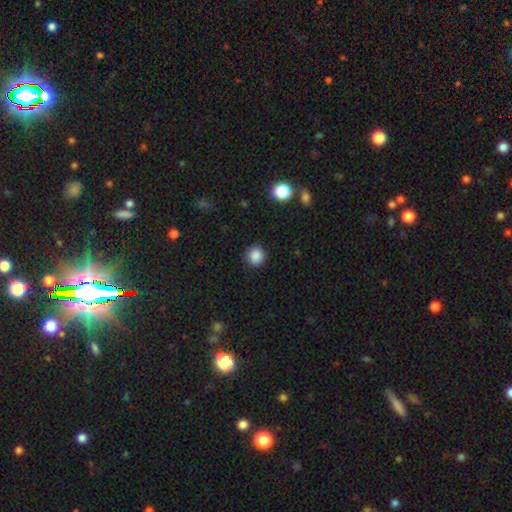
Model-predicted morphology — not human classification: Smooth or featured: smooth — 86% (star or artifact — 11%)
How rounded: round — 87% (in between — 12%)
Merging: none — 85% (minor disturbance — 11%)